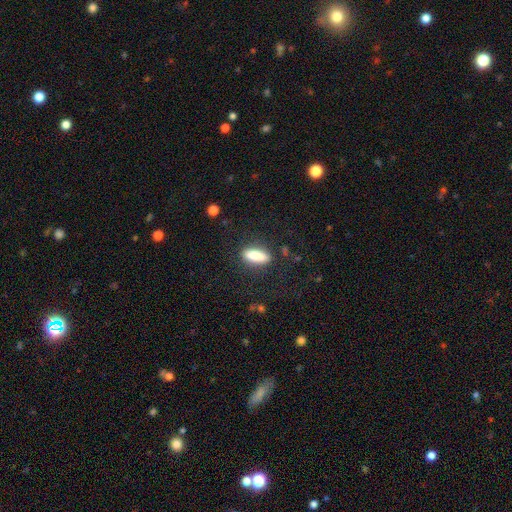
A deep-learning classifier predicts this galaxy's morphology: smooth-or-featured: smooth: 83% | featured or disk: 10% | star or artifact: 7%
  how-rounded: in between: 54% | cigar-shaped: 44% | round: 3%
  merging: none: 83% | minor disturbance: 11% | major disturbance: 4% | merger: 2%